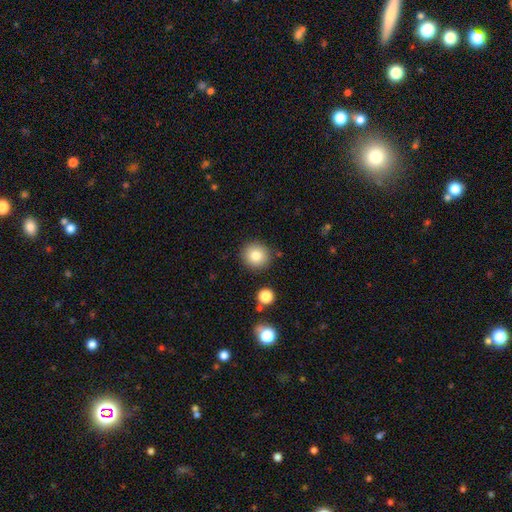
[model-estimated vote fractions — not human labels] smooth_or_featured: smooth (p=0.82) [alt: star or artifact p=0.10]
how_rounded: round (p=0.92) [alt: in between p=0.07]
merging: none (p=0.88) [alt: minor disturbance p=0.07]